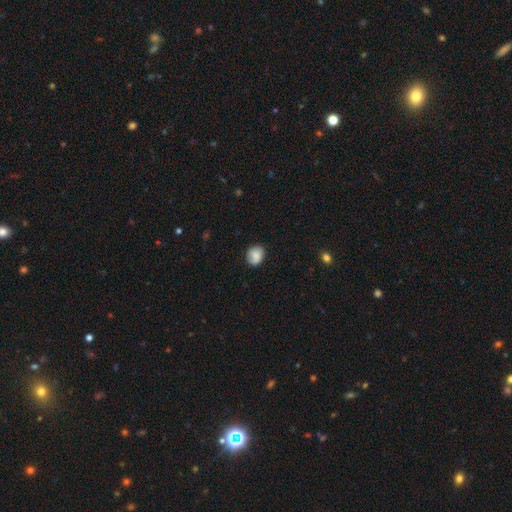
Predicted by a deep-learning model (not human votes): smooth-or-featured: smooth: 78% | featured or disk: 14% | star or artifact: 8%
  how-rounded: round: 65% | in between: 34% | cigar-shaped: 1%
  merging: none: 79% | minor disturbance: 16% | major disturbance: 4% | merger: 1%